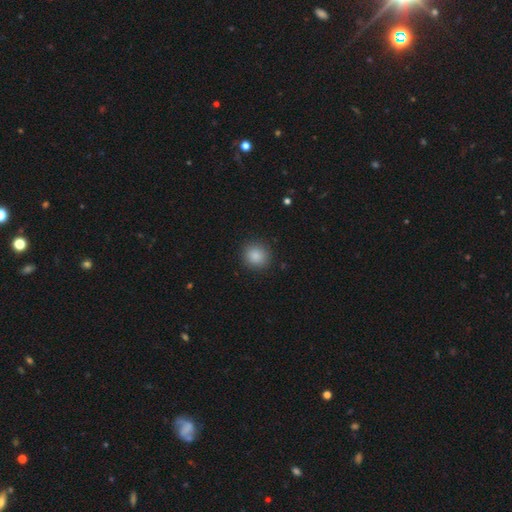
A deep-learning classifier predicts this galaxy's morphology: The model was most divided on "smooth or featured": smooth: 86%, star or artifact: 9%, featured or disk: 4%. More confident: merging — none (90%); how rounded — round (89%).